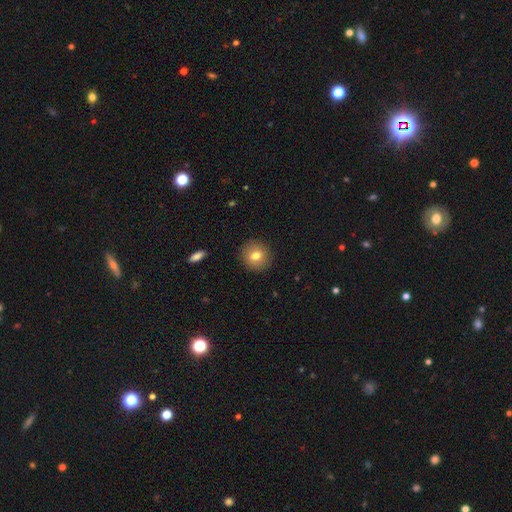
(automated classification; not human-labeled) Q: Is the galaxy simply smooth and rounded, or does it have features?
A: smooth — 76%.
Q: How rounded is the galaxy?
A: round — 90%.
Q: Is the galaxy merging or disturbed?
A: none — 90%.